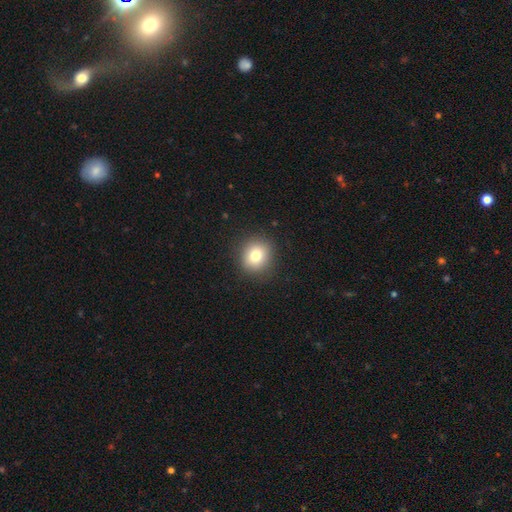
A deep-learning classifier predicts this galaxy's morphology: A smooth galaxy with no disk features (78%) that is round (84%). Merging: none (89%).